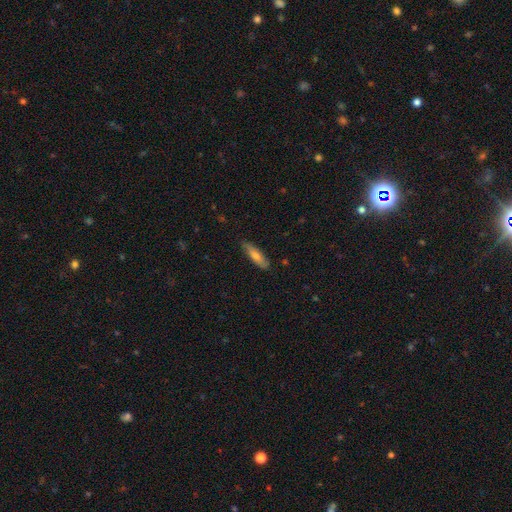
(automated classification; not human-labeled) This is likely a smooth galaxy (65%). How rounded: likely cigar-shaped (70%). Merging: clearly none (83%).